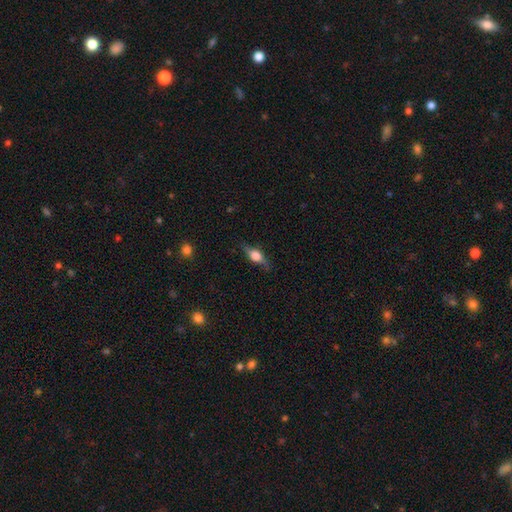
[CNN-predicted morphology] type=featured or disk (52%); edge-on=yes (90%); merging=none (77%).